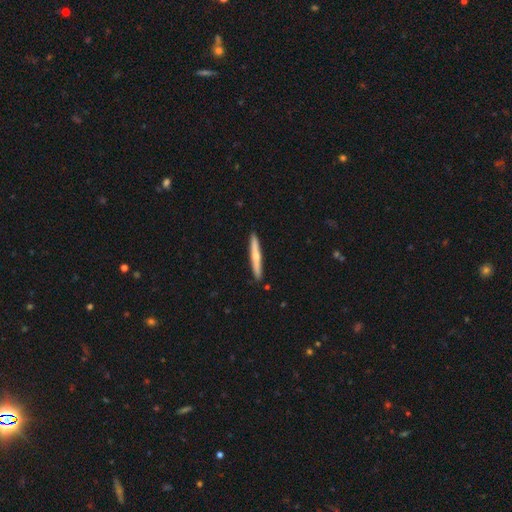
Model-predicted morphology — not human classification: Smooth or featured: smooth — 51% (featured or disk — 44%)
How rounded: cigar-shaped — 95% (in between — 3%)
Merging: none — 91% (minor disturbance — 6%)